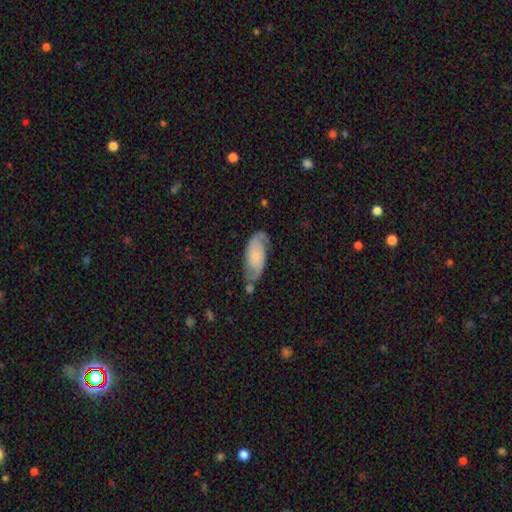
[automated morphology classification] smooth-or-featured: featured or disk: 63% | smooth: 30% | star or artifact: 7%
  disk-edge-on: no: 93% | yes: 7%
    bar: no: 67% | weak: 27% | strong: 6%
    has-spiral-arms: yes: 92% | no: 8%
      spiral-winding: medium: 44% | tight: 28% | loose: 28%
      spiral-arm-count: 2: 87% | can't tell: 8% | 1: 2% | 3: 1% | 4: 1% | more than 4: 1%
    bulge-size: small: 50% | moderate: 22% | none: 20% | large: 6% | dominant: 2%
  merging: none: 67% | minor disturbance: 21% | major disturbance: 7% | merger: 5%